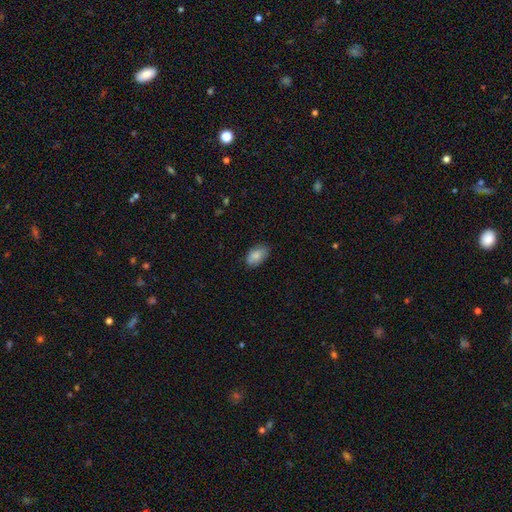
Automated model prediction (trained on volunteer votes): Smooth or featured? smooth (85%)
How rounded? in between (92%)
Merging? none (79%)